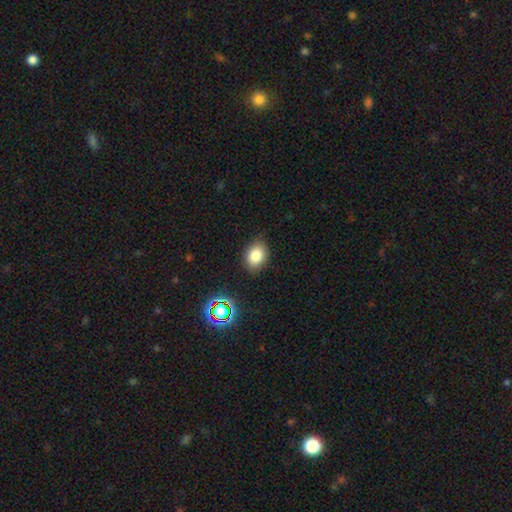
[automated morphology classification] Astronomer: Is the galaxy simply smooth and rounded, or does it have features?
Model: smooth — 82%.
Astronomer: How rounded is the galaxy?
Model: in between — 63%.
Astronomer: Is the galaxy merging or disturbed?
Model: none — 84%.